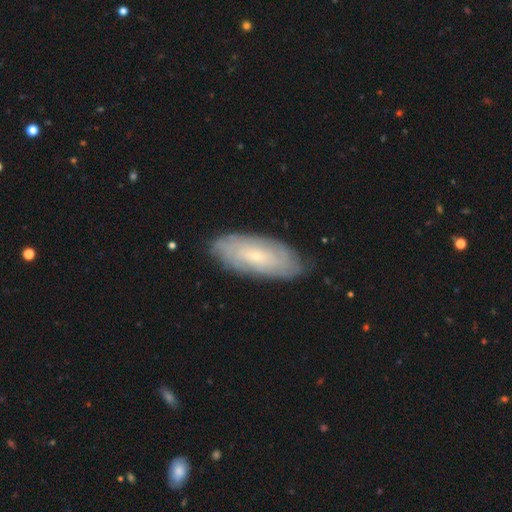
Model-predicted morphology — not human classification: The model was most divided on "smooth or featured": featured or disk: 64%, smooth: 30%, star or artifact: 7%. More confident: edge-on disk — no (88%); merging — none (83%); bulge size — small (83%); spiral arms — yes (81%); bar — no (74%).